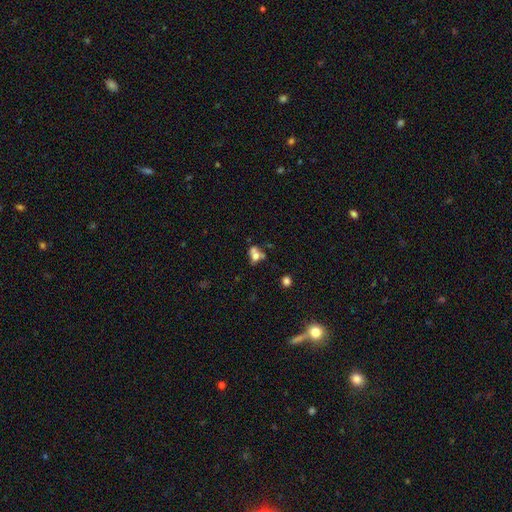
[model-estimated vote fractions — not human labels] Overall: smooth (59%; featured or disk 27%). How rounded: in between (53%; round 44%). Merging: merger (52%; none 28%).